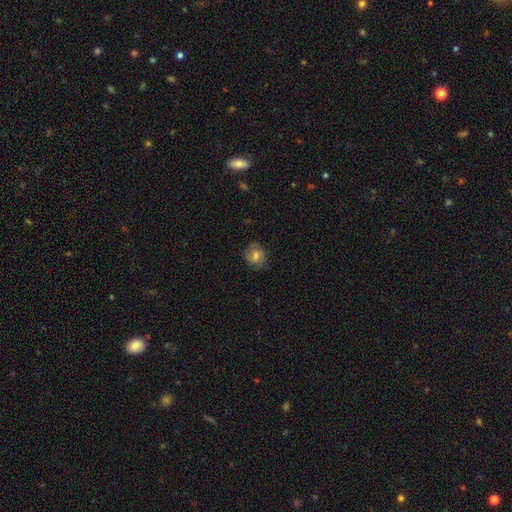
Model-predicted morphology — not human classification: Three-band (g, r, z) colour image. It shows a smooth galaxy with no disk features (73%) that is round (76%). Merging: none (76%).